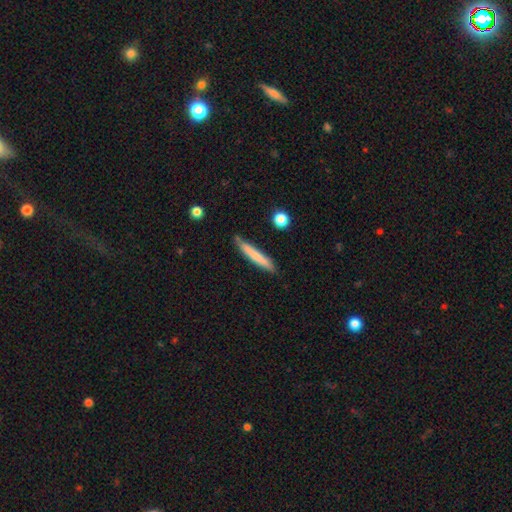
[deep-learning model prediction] smooth_or_featured: smooth (p=0.73) [alt: featured or disk p=0.21]
how_rounded: cigar-shaped (p=0.95) [alt: in between p=0.04]
merging: none (p=0.81) [alt: minor disturbance p=0.14]